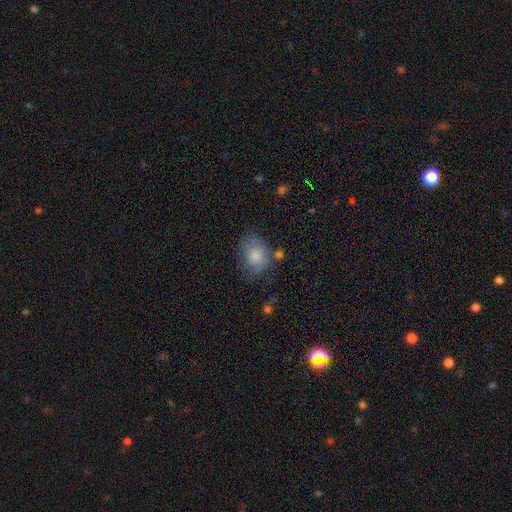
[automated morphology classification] This is likely a smooth galaxy (75%). How rounded: possibly in between (58%). Merging: possibly none (56%).